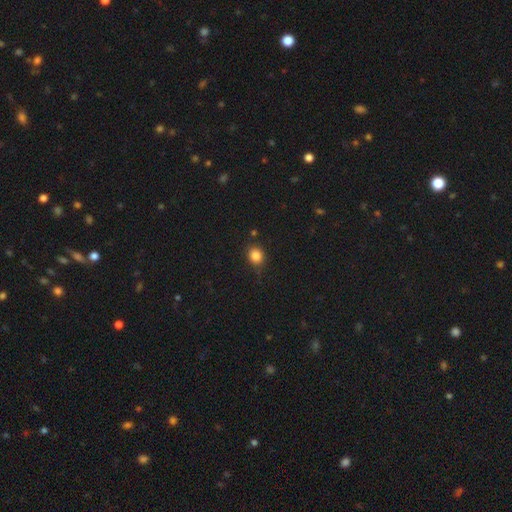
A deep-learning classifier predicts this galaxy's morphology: smooth-or-featured: smooth: 84% | star or artifact: 11% | featured or disk: 5%
  how-rounded: round: 75% | in between: 24% | cigar-shaped: 1%
  merging: none: 82% | minor disturbance: 13% | major disturbance: 3% | merger: 2%